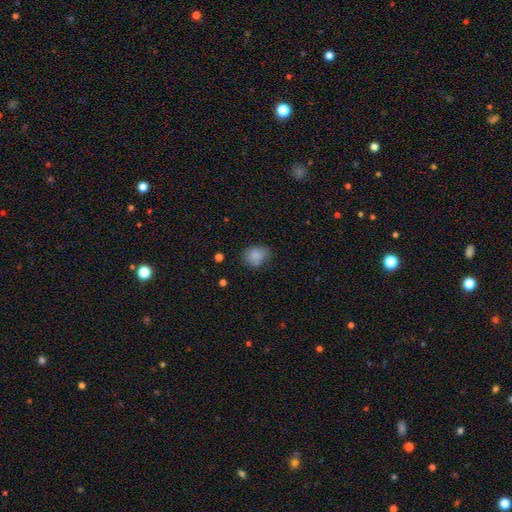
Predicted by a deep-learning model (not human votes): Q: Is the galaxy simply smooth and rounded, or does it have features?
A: smooth — 81%.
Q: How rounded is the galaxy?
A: round — 53%.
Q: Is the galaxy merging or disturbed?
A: none — 60%.